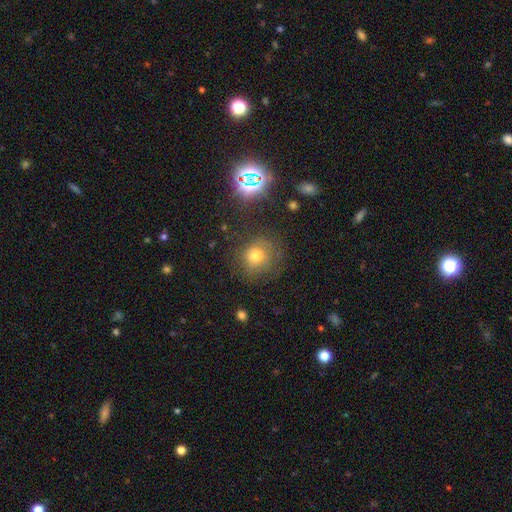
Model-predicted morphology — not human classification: type=smooth (66%); roundness=round (83%); merging=none (73%).